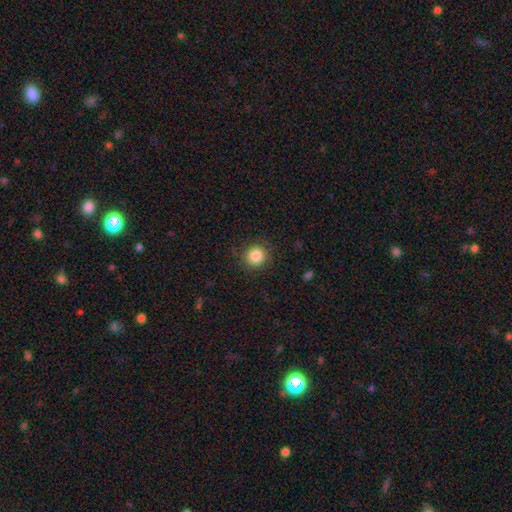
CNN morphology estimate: Overall: smooth (85%). How rounded: round (92%). Merging: none (88%).